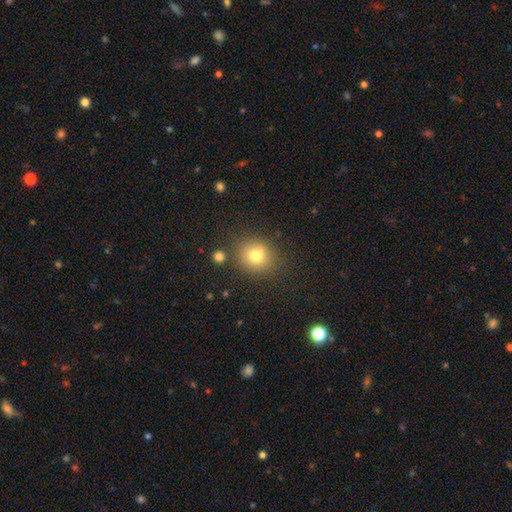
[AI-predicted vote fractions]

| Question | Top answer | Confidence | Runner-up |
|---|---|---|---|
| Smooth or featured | smooth | 75% | star or artifact (13%) |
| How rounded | round | 81% | in between (18%) |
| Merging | none | 76% | minor disturbance (13%) |